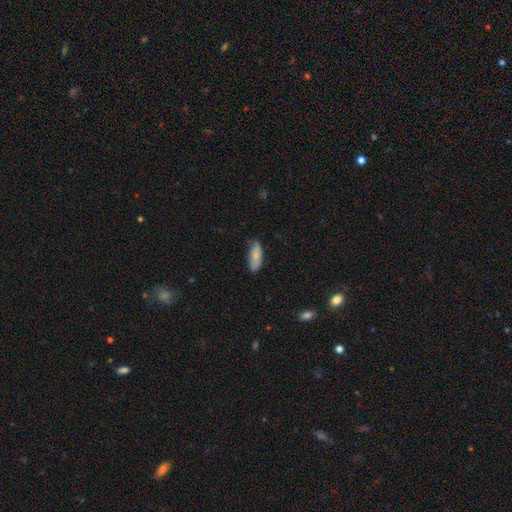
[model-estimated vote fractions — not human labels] The model was most divided on "merging": none: 66%, minor disturbance: 28%, major disturbance: 4%, merger: 2%. More confident: smooth or featured — smooth (79%); how rounded — in between (78%).